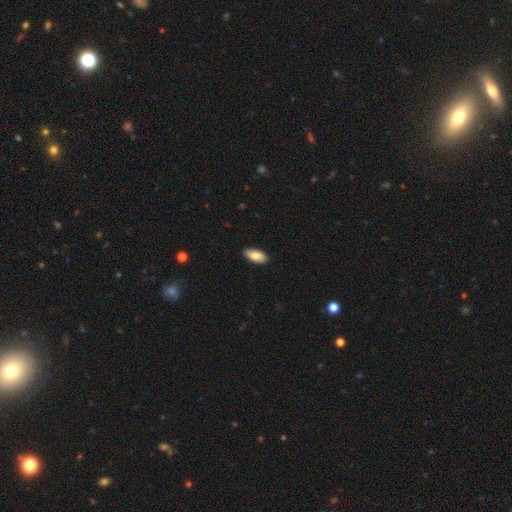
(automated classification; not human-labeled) Smooth or featured? smooth (82%)
How rounded? in between (90%)
Merging? none (88%)